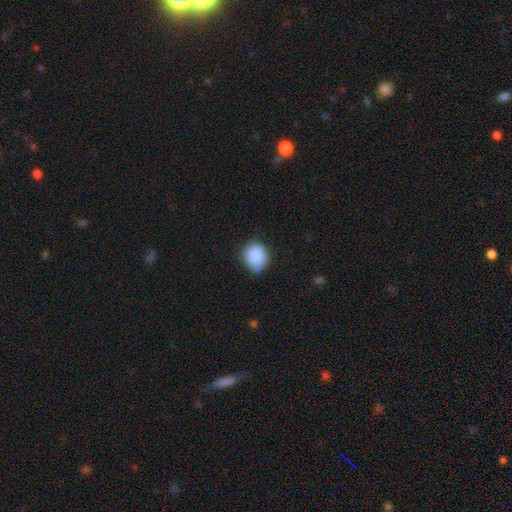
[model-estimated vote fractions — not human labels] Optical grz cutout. It shows a smooth galaxy with no disk features (87%) that is round (72%). Merging: none (67%).